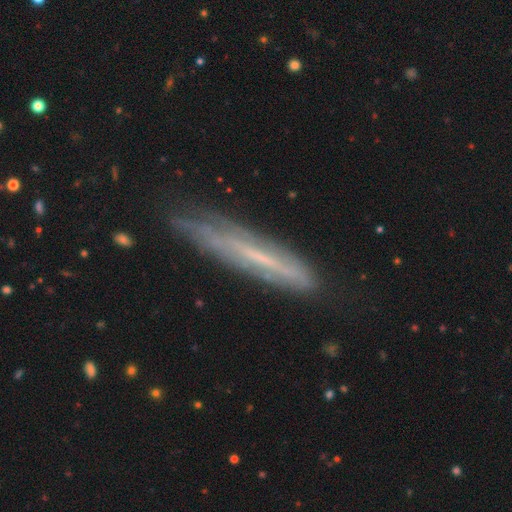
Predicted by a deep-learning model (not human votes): Smooth or featured? featured or disk (62%)
Edge-on disk? yes (72%)
Merging? none (64%)